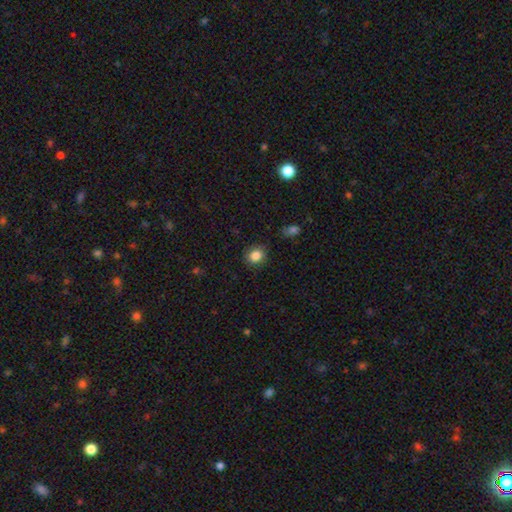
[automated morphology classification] Smooth or featured: smooth — 85% (star or artifact — 10%)
How rounded: round — 69% (in between — 30%)
Merging: none — 85% (minor disturbance — 11%)